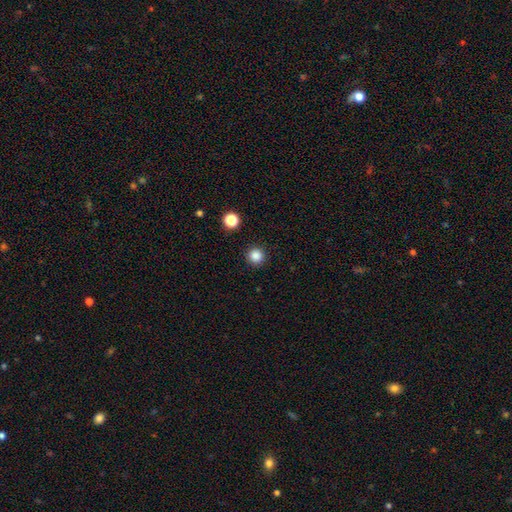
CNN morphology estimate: Overall: smooth (85%). How rounded: round (95%). Merging: none (92%).